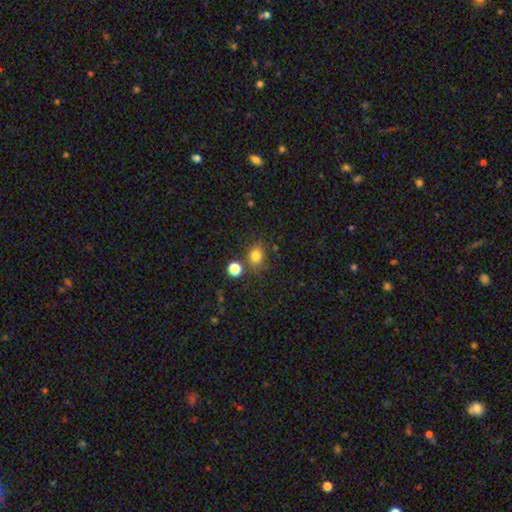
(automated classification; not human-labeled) This appears to be a smooth galaxy with no disk features (80%) that is round (61%). Merging: none (71%).